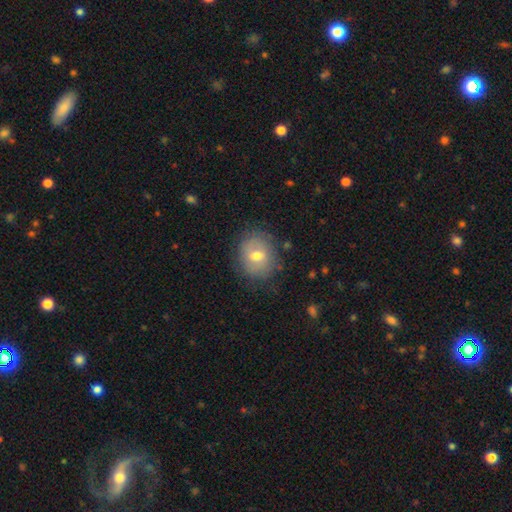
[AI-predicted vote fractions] Q: Smooth or featured?
A: smooth (59%); runner-up: featured or disk (31%)
Q: How rounded?
A: round (63%); runner-up: in between (36%)
Q: Merging?
A: none (81%); runner-up: minor disturbance (14%)